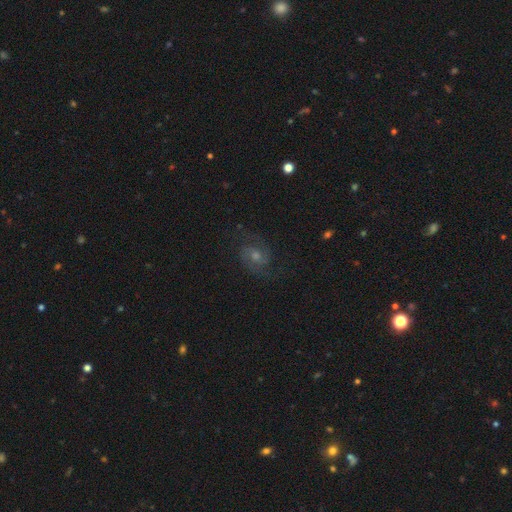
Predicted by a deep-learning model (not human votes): This is likely a featured or disk galaxy (79%). It is clearly not viewed edge-on (98%). Bar: possibly no (53%). Spiral arm pattern: clearly yes (96%). Spiral arm count: clearly 2 (90%). Spiral winding: possibly medium (57%). Central bulge: possibly moderate (57%). Merging: likely none (79%).